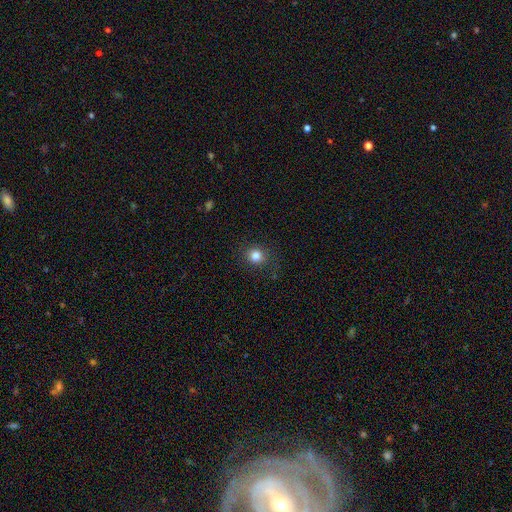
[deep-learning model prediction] A smooth galaxy with no disk features (83%) that is round (84%).

Vote fractions:
- Smooth or featured? smooth: 83% / star or artifact: 12% / featured or disk: 6%
- How rounded? round: 84% / in between: 15% / cigar-shaped: 1%
- Merging? none: 85% / minor disturbance: 10% / major disturbance: 4% / merger: 1%